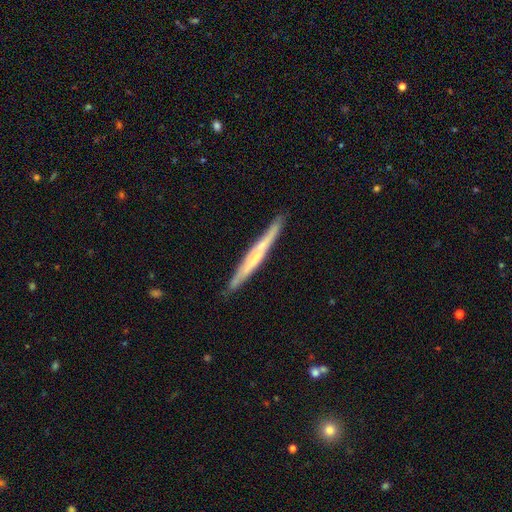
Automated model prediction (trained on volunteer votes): smooth_or_featured: featured or disk (p=0.56) [alt: smooth p=0.38]
disk_edge_on: yes (p=0.96) [alt: no p=0.04]
edge_on_bulge: none (p=0.67) [alt: rounded p=0.23]
merging: none (p=0.88) [alt: minor disturbance p=0.09]